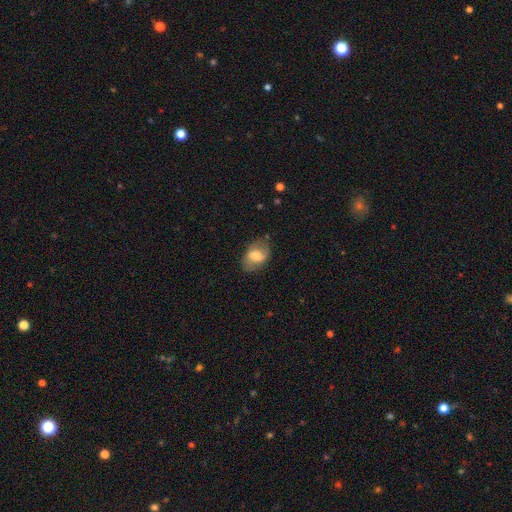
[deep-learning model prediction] A smooth galaxy with no disk features (60%) that is in between round and cigar-shaped (85%).

Vote fractions:
- Smooth or featured? smooth: 60% / featured or disk: 33% / star or artifact: 7%
- How rounded? in between: 85% / round: 13% / cigar-shaped: 2%
- Merging? none: 71% / minor disturbance: 20% / major disturbance: 7% / merger: 1%